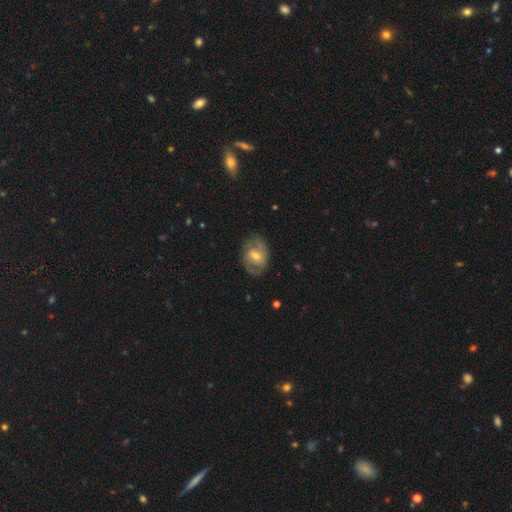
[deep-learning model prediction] Smooth or featured? Predicted: featured or disk (p=0.62). Edge-on disk? Predicted: no (p=0.96). Bar? Predicted: weak (p=0.46). Spiral arms? Predicted: yes (p=0.76). Bulge size? Predicted: moderate (p=0.57). Merging? Predicted: none (p=0.71).